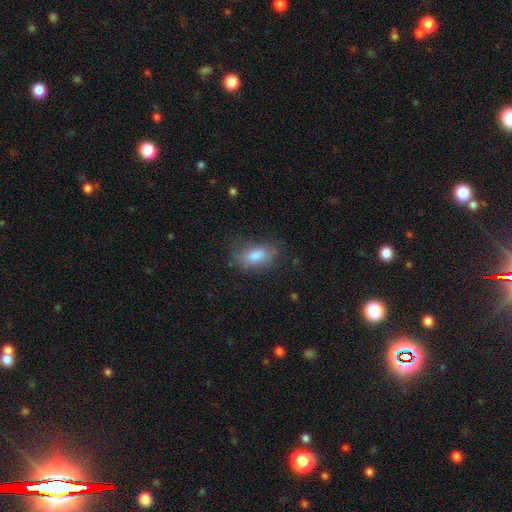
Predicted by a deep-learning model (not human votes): Smooth or featured?
  - smooth: 77% *
  - featured or disk: 13%
  - star or artifact: 10%
How rounded?
  - in between: 88% *
  - round: 8%
  - cigar-shaped: 4%
Merging?
  - none: 63% *
  - minor disturbance: 25%
  - major disturbance: 10%
  - merger: 2%